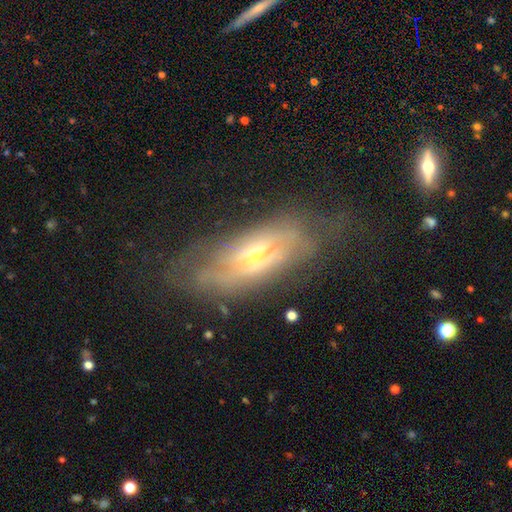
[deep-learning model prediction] Morphology: type=featured or disk (65%); edge-on=no (59%); merging=none (54%).